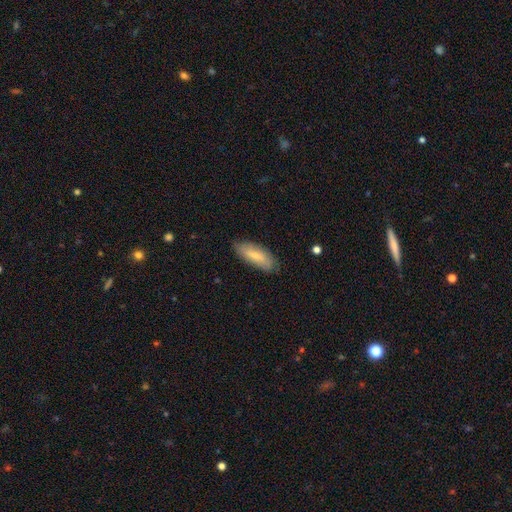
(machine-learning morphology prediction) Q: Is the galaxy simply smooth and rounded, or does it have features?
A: smooth — 71%.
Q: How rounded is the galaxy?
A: in between — 68%.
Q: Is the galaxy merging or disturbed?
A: none — 81%.